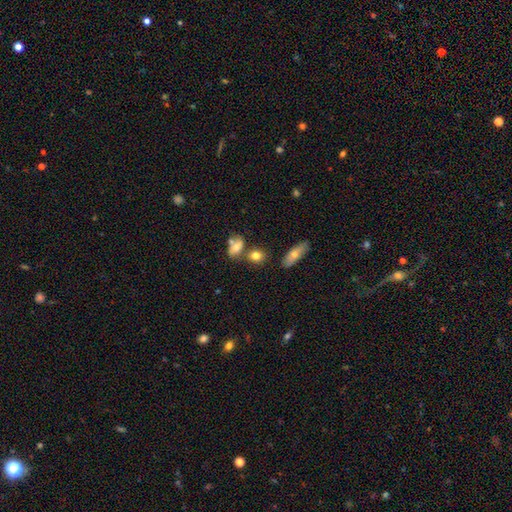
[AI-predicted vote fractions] Morphology: type=smooth (79%); roundness=in between (59%); merging=none (60%).